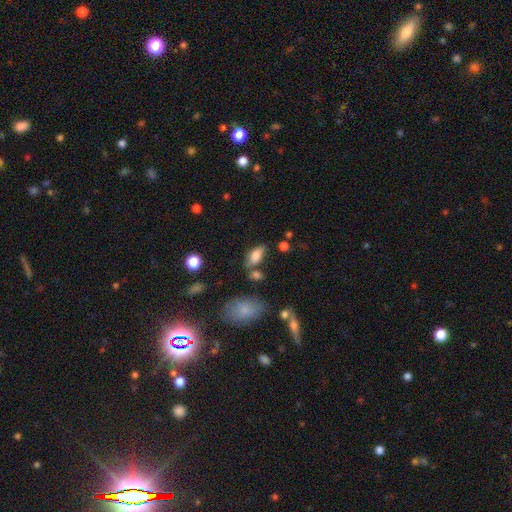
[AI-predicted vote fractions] This is likely a smooth galaxy (80%). How rounded: clearly in between (86%). Merging: possibly none (59%).